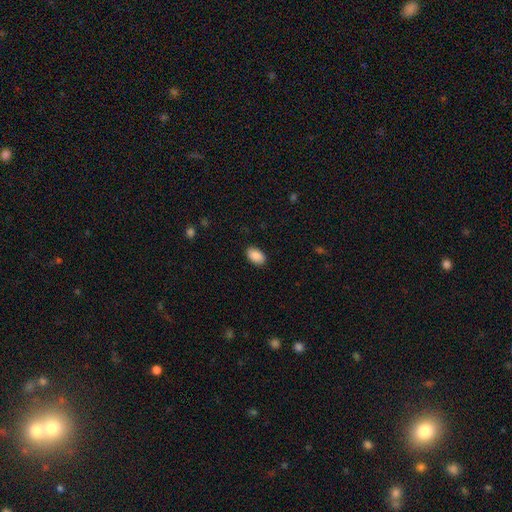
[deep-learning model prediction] smooth_or_featured: smooth (p=0.90) [alt: star or artifact p=0.07]
how_rounded: in between (p=0.93) [alt: round p=0.06]
merging: none (p=0.89) [alt: minor disturbance p=0.08]